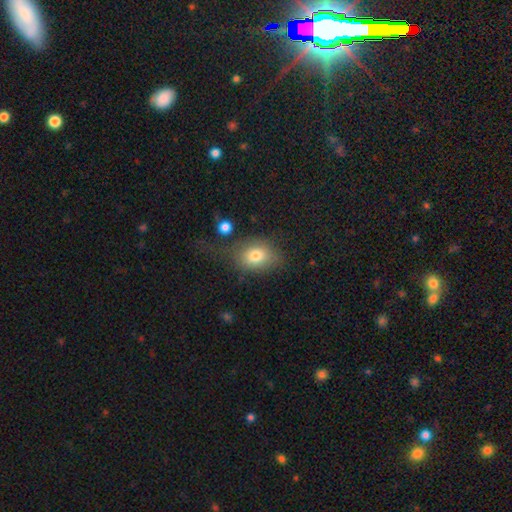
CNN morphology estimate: A smooth galaxy with no disk features (78%) that is in between round and cigar-shaped (62%). Merging: none (59%).